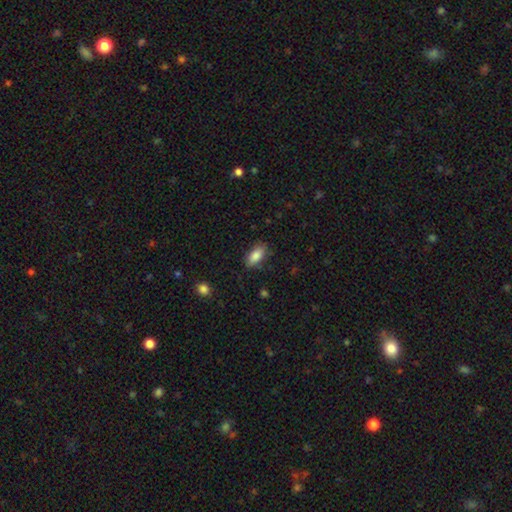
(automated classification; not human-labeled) A smooth galaxy with no disk features (86%) that is in between round and cigar-shaped (89%). Merging: none (79%).